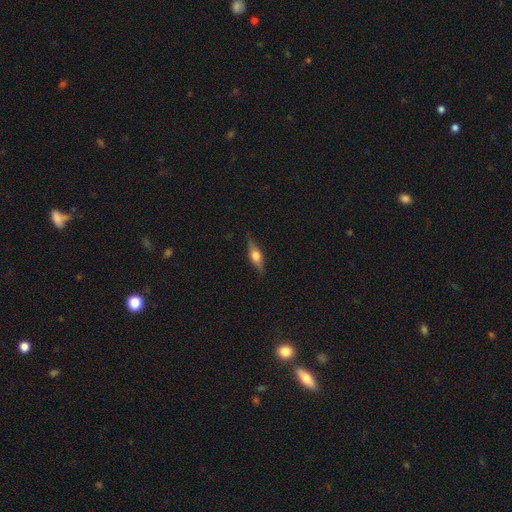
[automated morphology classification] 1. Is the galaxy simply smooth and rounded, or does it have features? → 60% featured or disk, 33% smooth, 7% star or artifact.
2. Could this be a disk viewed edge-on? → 95% yes, 5% no.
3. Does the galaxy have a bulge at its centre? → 93% rounded, 5% boxy, 2% none.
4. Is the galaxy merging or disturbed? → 86% none, 11% minor disturbance, 2% major disturbance, 1% merger.